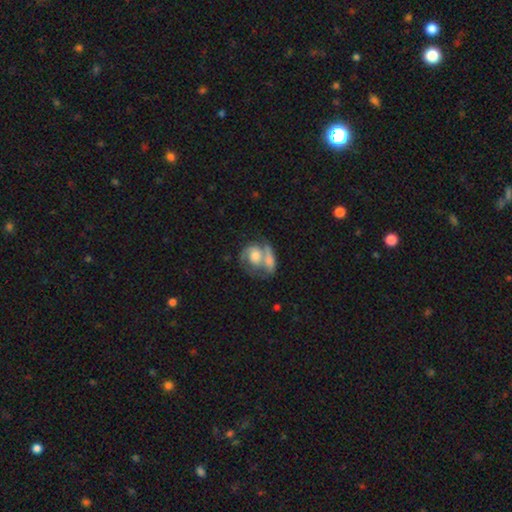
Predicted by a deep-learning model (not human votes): Morphology: type=featured or disk (65%); edge-on=no (97%); bar=no (66%); spiral arms=yes (80%); winding=medium (44%); arm count=2 (65%); bulge=moderate (37%); merging=merger (55%).